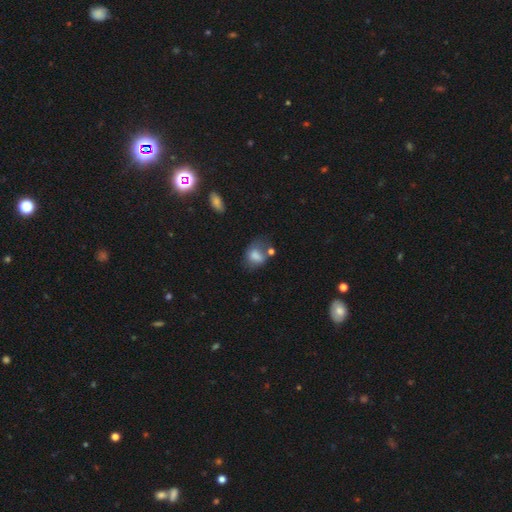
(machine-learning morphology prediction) smooth 72%, featured or disk 18%, star or artifact 10%. Down the decision tree: how rounded — in between (66%); merging — none (34%).